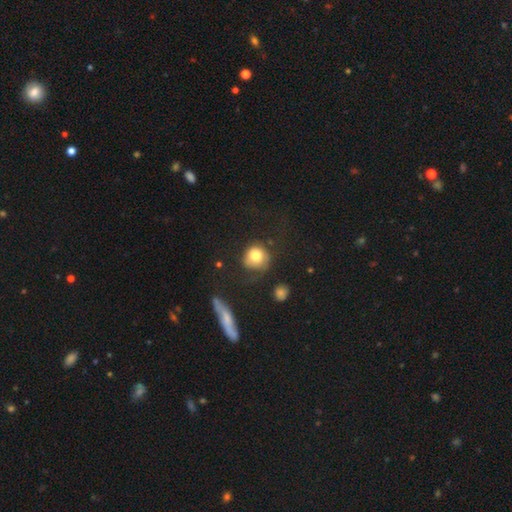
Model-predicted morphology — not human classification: This appears to be a smooth galaxy with no disk features (77%) that is round (85%). Merging: none (53%).